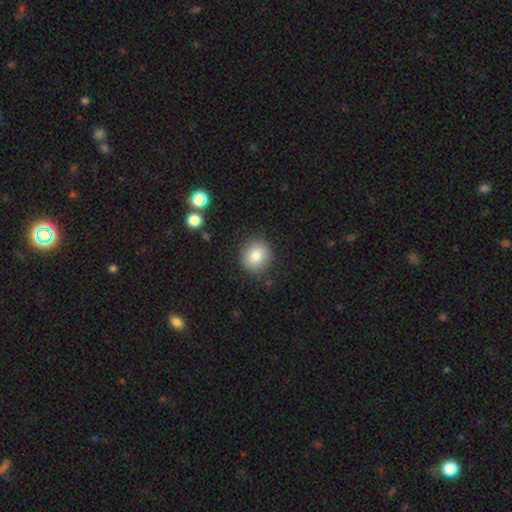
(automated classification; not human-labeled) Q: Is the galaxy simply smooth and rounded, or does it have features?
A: smooth — 83%.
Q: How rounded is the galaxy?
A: round — 85%.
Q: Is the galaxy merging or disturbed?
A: none — 88%.